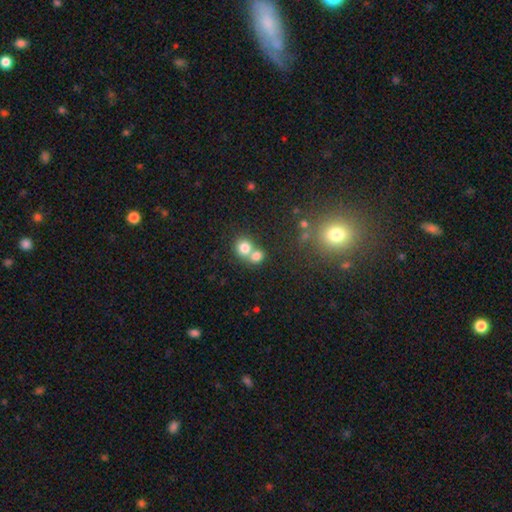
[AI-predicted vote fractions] Smooth or featured: smooth — 76% (featured or disk — 12%)
How rounded: round — 77% (in between — 22%)
Merging: merger — 59% (none — 34%)